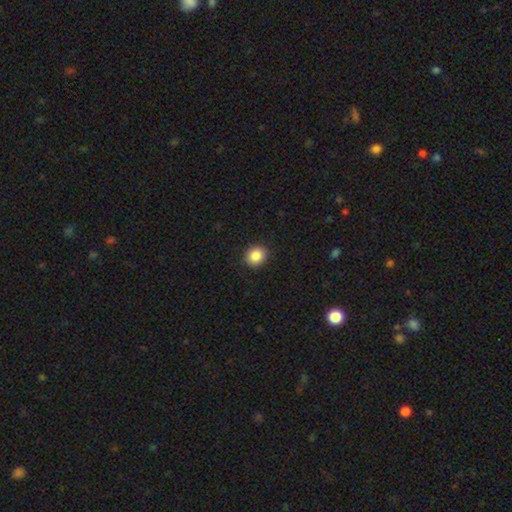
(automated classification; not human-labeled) Overall: smooth (87%). How rounded: round (75%). Merging: none (91%).